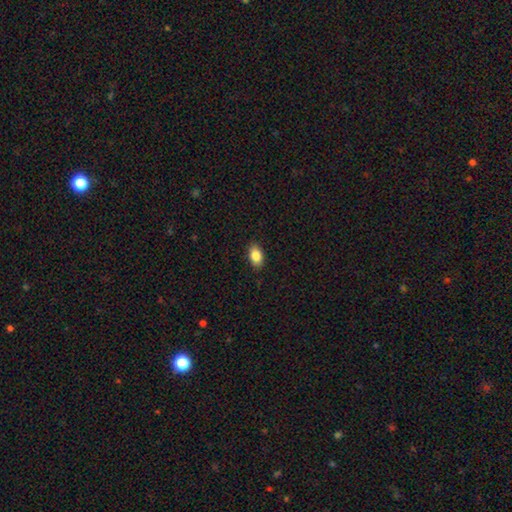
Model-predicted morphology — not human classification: smooth 85%, star or artifact 8%, featured or disk 7%. Down the decision tree: how rounded — in between (90%); merging — none (88%).